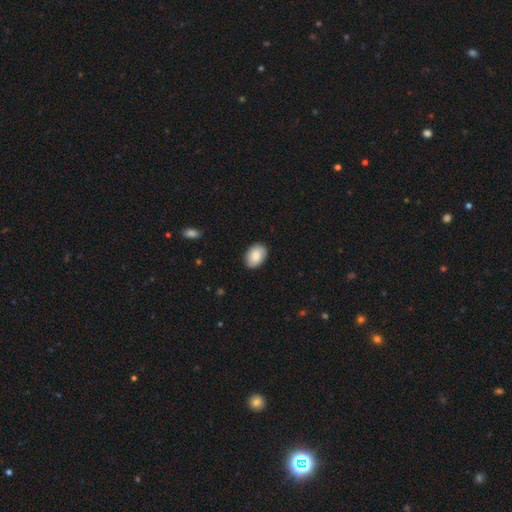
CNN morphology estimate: Smooth or featured? smooth (85%)
How rounded? in between (82%)
Merging? none (88%)